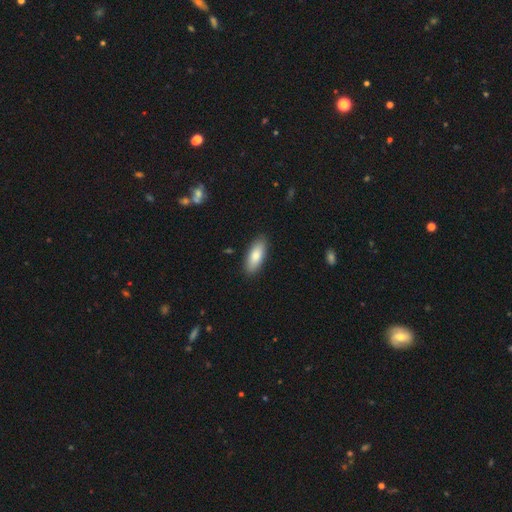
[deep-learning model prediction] A smooth galaxy with no disk features (83%) that is in between round and cigar-shaped (78%). Merging: none (88%).